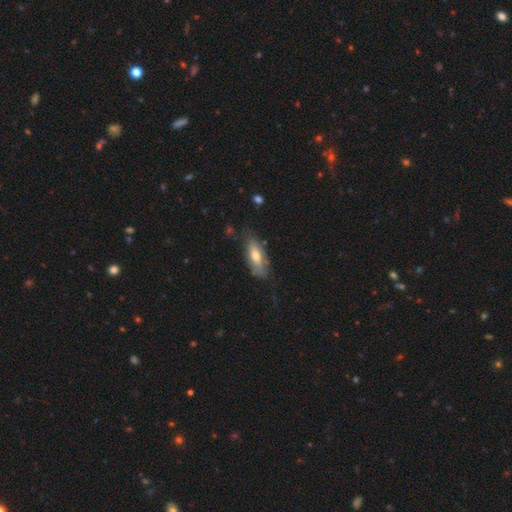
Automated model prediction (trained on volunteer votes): Smooth or featured? Predicted: smooth (p=0.61). How rounded? Predicted: in between (p=0.76). Merging? Predicted: none (p=0.65).